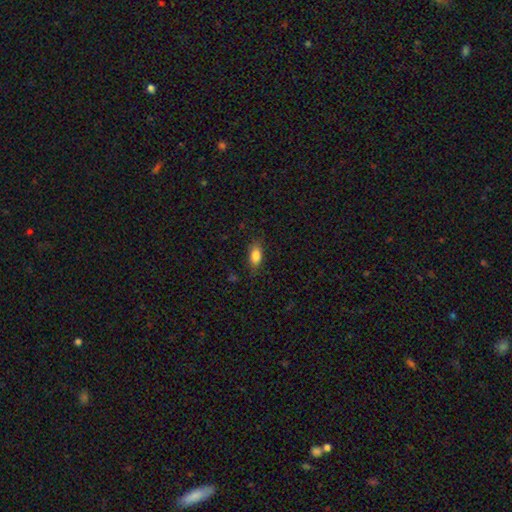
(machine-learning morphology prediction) A smooth galaxy with no disk features (84%) that is in between round and cigar-shaped (85%). Merging: none (78%).